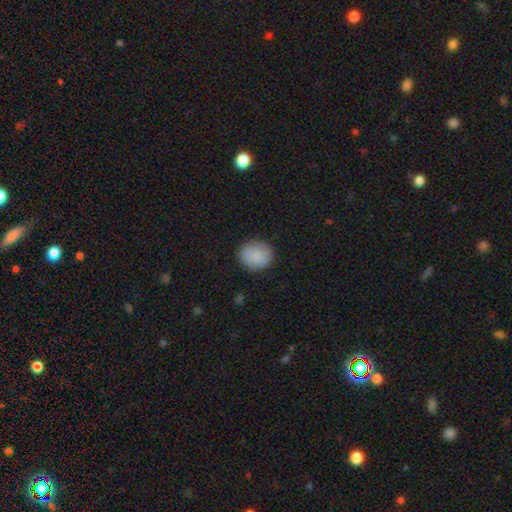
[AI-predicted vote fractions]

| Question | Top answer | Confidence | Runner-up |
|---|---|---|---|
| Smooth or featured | smooth | 89% | star or artifact (7%) |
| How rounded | round | 78% | in between (21%) |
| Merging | none | 88% | minor disturbance (9%) |